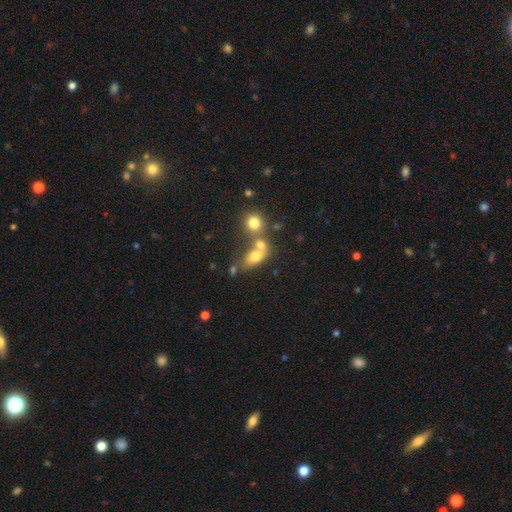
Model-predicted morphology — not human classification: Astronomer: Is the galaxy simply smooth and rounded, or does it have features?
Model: smooth — 71%.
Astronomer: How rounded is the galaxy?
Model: in between — 71%.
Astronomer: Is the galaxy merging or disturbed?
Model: merger — 49% (runner-up: none, 34%).